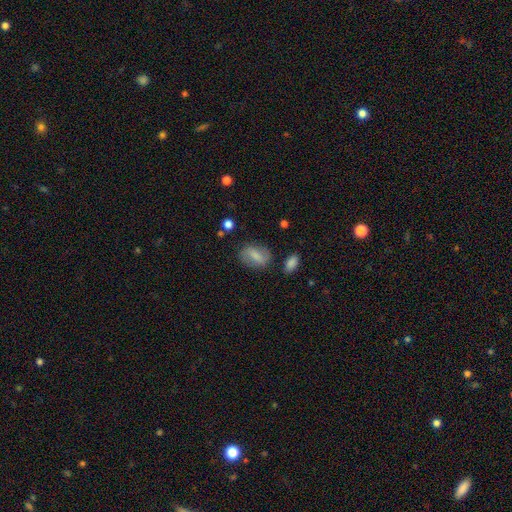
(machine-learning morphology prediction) A smooth galaxy with no disk features (62%) that is in between round and cigar-shaped (80%).

Vote fractions:
- Smooth or featured? smooth: 62% / featured or disk: 30% / star or artifact: 8%
- How rounded? in between: 80% / round: 16% / cigar-shaped: 5%
- Merging? none: 75% / minor disturbance: 16% / major disturbance: 6% / merger: 3%